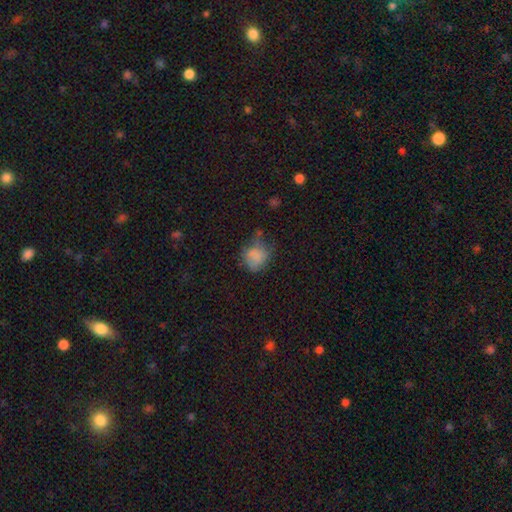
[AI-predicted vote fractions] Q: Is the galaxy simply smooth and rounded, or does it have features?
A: smooth — 77%.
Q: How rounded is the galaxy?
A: round — 63%.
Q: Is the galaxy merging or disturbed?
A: none — 42%.